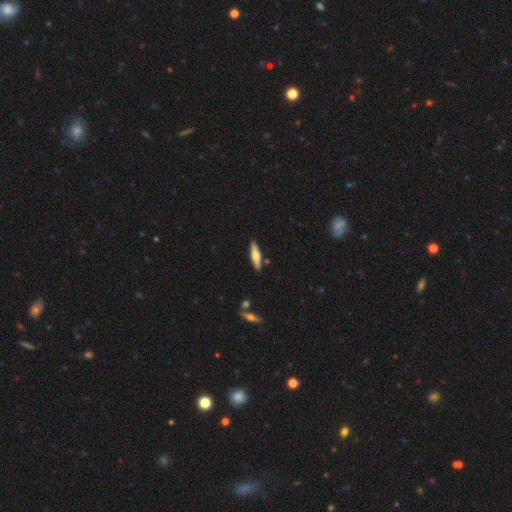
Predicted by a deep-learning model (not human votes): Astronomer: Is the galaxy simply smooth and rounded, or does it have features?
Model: smooth — 52% (runner-up: featured or disk, 42%).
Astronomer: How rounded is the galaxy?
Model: cigar-shaped — 70%.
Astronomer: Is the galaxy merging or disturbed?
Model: none — 87%.